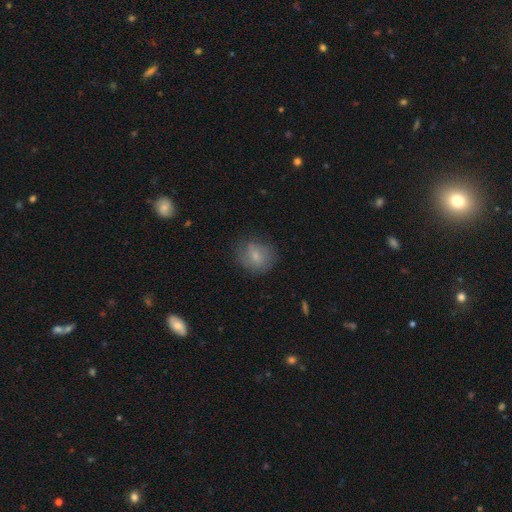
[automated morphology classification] Q: Smooth or featured?
A: smooth (67%); runner-up: featured or disk (24%)
Q: How rounded?
A: round (70%); runner-up: in between (28%)
Q: Merging?
A: none (68%); runner-up: minor disturbance (22%)